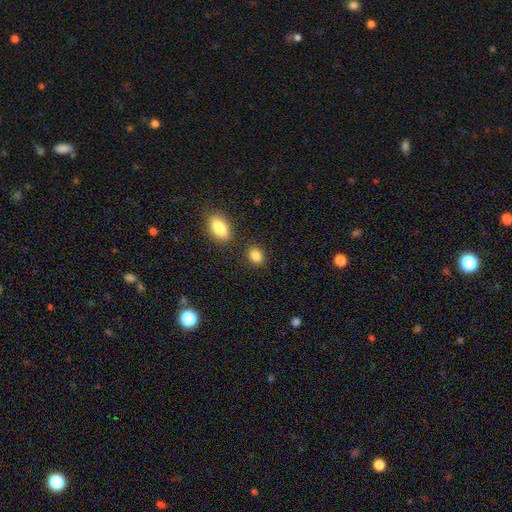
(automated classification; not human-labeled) smooth_or_featured: smooth (p=0.85) [alt: star or artifact p=0.10]
how_rounded: in between (p=0.59) [alt: round p=0.39]
merging: none (p=0.80) [alt: minor disturbance p=0.10]